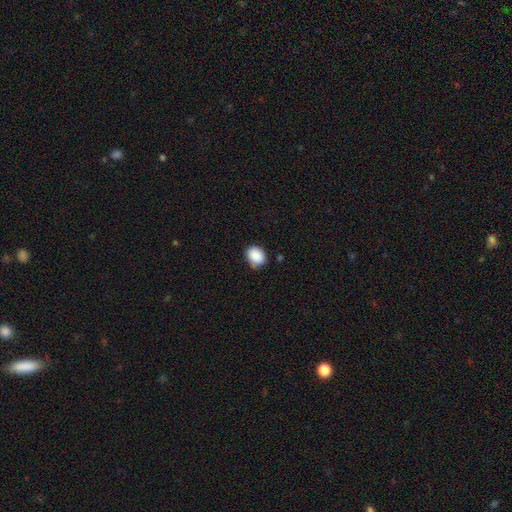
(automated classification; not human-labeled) This appears to be a smooth galaxy with no disk features (89%) that is in between round and cigar-shaped (57%). Merging: none (80%).